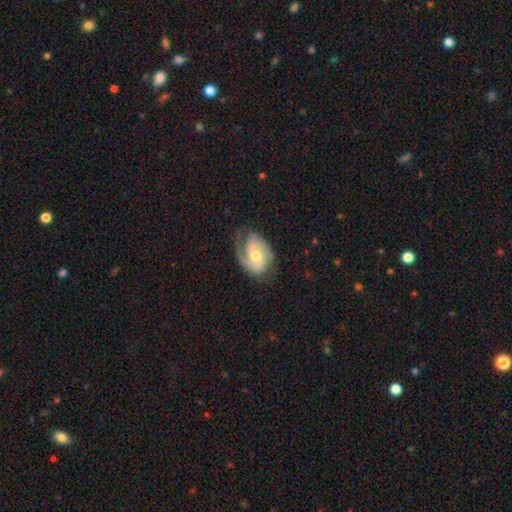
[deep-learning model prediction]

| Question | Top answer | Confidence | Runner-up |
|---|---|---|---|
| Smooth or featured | featured or disk | 85% | smooth (11%) |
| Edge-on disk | no | 97% | yes (3%) |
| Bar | no | 55% | weak (37%) |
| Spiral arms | yes | 96% | no (4%) |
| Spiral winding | tight | 45% | medium (42%) |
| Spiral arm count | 2 | 63% | 1 (20%) |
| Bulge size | moderate | 59% | small (34%) |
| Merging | none | 64% | minor disturbance (22%) |